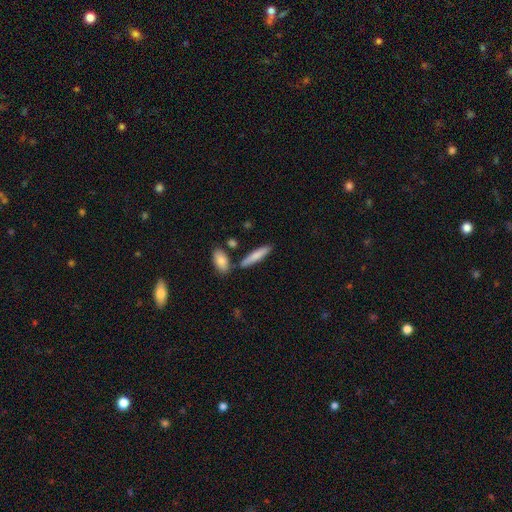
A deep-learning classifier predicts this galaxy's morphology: Smooth or featured?
  - smooth: 79% *
  - featured or disk: 15%
  - star or artifact: 6%
How rounded?
  - cigar-shaped: 79% *
  - in between: 19%
  - round: 2%
Merging?
  - none: 78% *
  - minor disturbance: 11%
  - merger: 8%
  - major disturbance: 3%